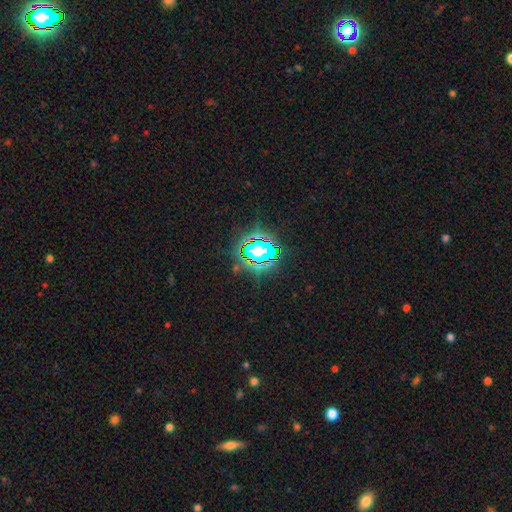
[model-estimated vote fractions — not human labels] A star or artifact, not a galaxy (77%).